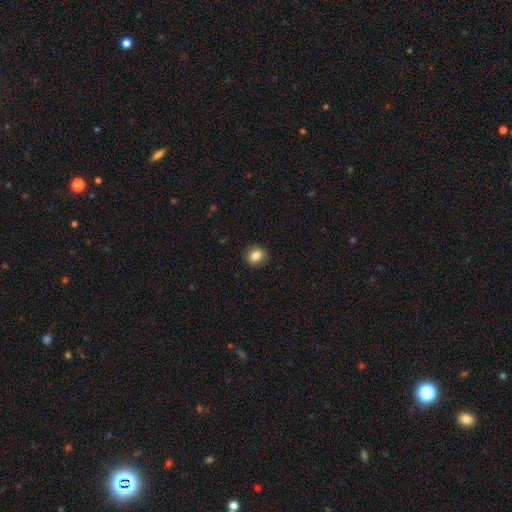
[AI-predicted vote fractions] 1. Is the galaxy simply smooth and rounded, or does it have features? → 85% smooth, 10% star or artifact, 6% featured or disk.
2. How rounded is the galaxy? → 73% round, 26% in between, 1% cigar-shaped.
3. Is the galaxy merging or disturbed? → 89% none, 8% minor disturbance, 2% major disturbance, 1% merger.